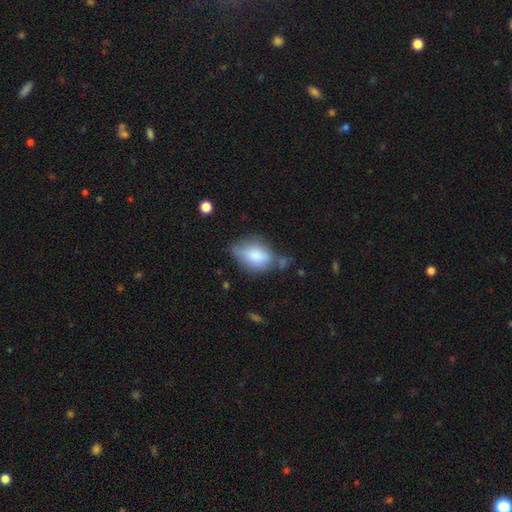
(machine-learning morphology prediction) Smooth or featured?
  - smooth: 77% *
  - featured or disk: 15%
  - star or artifact: 8%
How rounded?
  - in between: 85% *
  - round: 12%
  - cigar-shaped: 3%
Merging?
  - none: 44% *
  - minor disturbance: 32%
  - merger: 12%
  - major disturbance: 12%